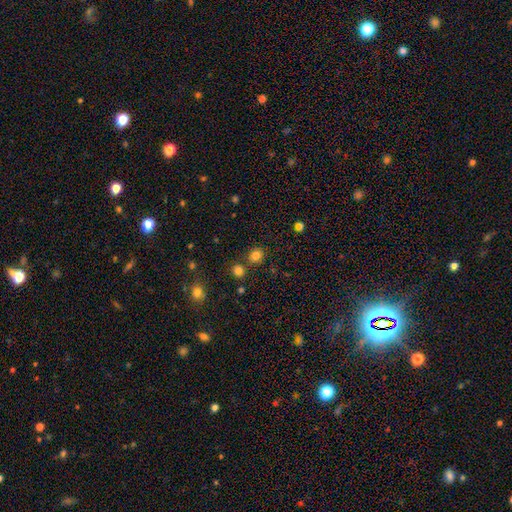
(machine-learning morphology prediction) smooth 81%, star or artifact 14%, featured or disk 5%. Down the decision tree: how rounded — round (77%); merging — none (78%).